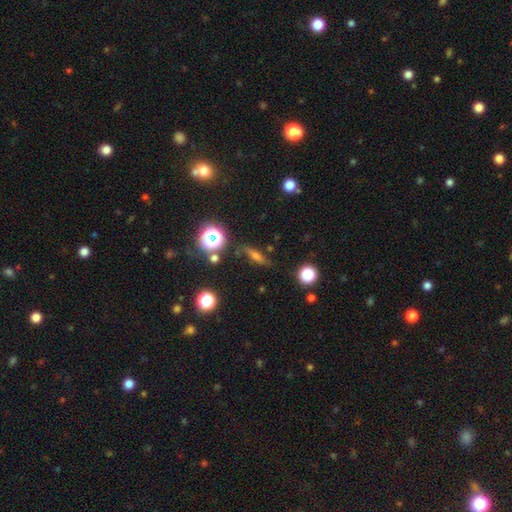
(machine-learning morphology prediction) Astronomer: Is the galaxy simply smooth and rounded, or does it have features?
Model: featured or disk — 40% (runner-up: smooth, 39%).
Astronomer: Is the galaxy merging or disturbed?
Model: none — 80%.